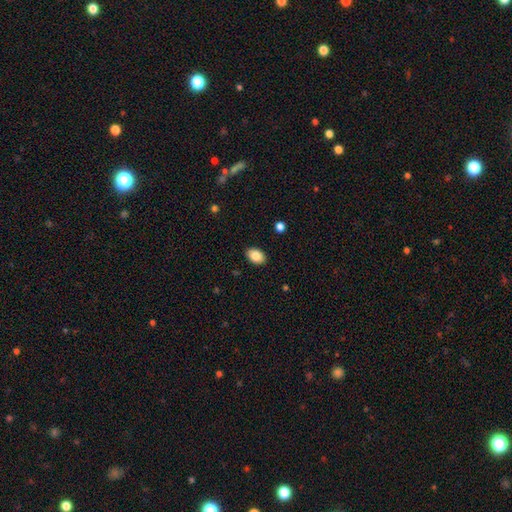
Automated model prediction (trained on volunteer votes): This appears to be a smooth galaxy with no disk features (85%) that is in between round and cigar-shaped (88%). Merging: none (89%).